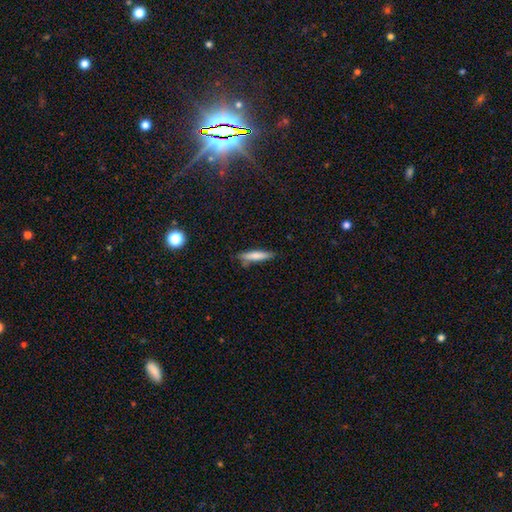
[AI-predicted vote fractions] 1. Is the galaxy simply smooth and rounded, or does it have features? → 73% smooth, 21% featured or disk, 7% star or artifact.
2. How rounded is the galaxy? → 85% cigar-shaped, 14% in between, 2% round.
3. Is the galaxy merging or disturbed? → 76% none, 17% minor disturbance, 4% merger, 3% major disturbance.